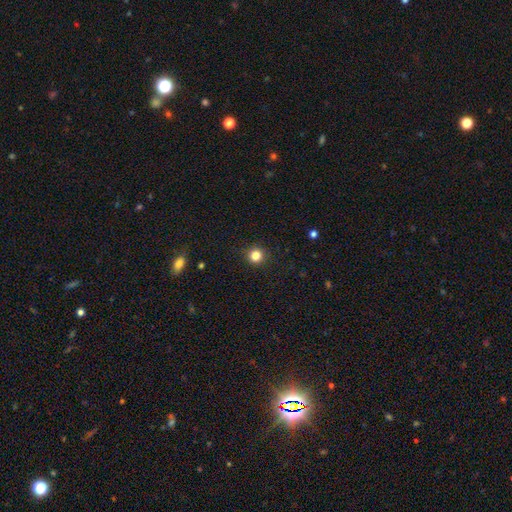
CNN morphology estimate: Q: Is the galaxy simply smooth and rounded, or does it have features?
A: smooth — 84%.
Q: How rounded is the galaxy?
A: round — 94%.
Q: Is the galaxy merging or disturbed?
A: none — 92%.